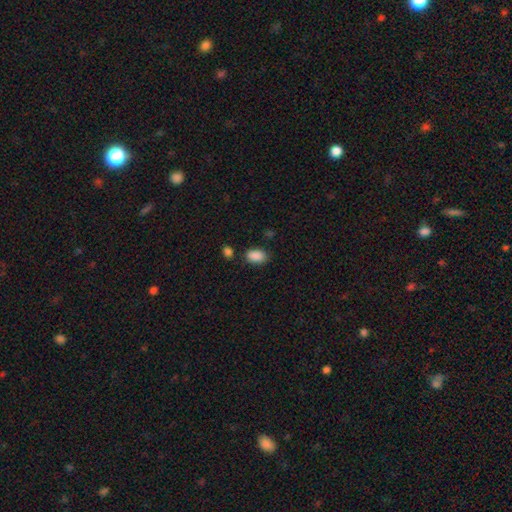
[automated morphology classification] Overall: smooth (89%). How rounded: in between (89%). Merging: none (76%).